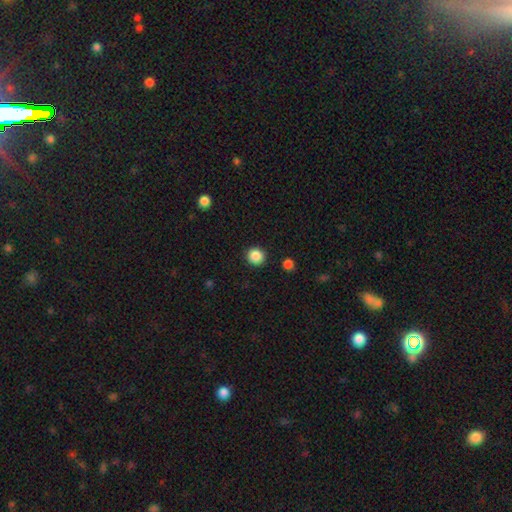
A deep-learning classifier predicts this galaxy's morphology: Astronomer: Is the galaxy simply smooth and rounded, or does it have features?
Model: smooth — 87%.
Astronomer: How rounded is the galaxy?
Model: round — 91%.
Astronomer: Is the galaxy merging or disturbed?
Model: none — 91%.